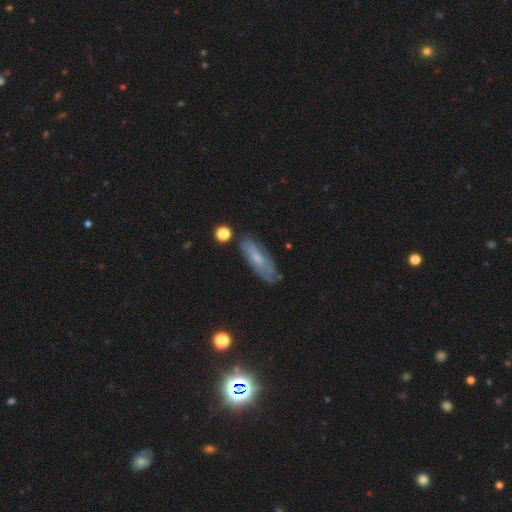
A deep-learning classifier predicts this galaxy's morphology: A featured or disk galaxy (45%).

Vote fractions:
- Smooth or featured? featured or disk: 45% / smooth: 42% / star or artifact: 13%
- Merging? none: 75% / minor disturbance: 18% / major disturbance: 4% / merger: 3%